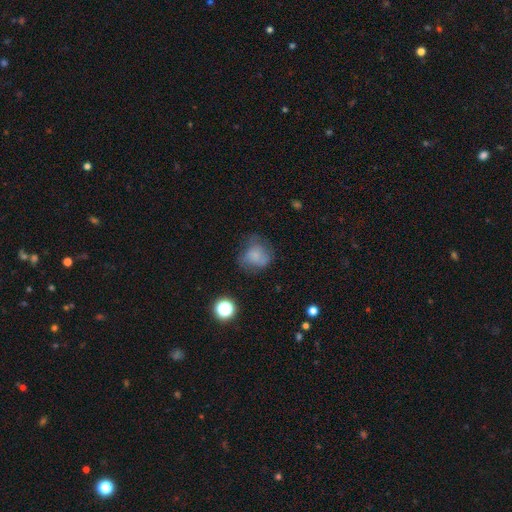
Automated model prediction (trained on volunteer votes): Smooth or featured: smooth — 70% (featured or disk — 18%)
How rounded: round — 68% (in between — 31%)
Merging: none — 46% (minor disturbance — 30%)